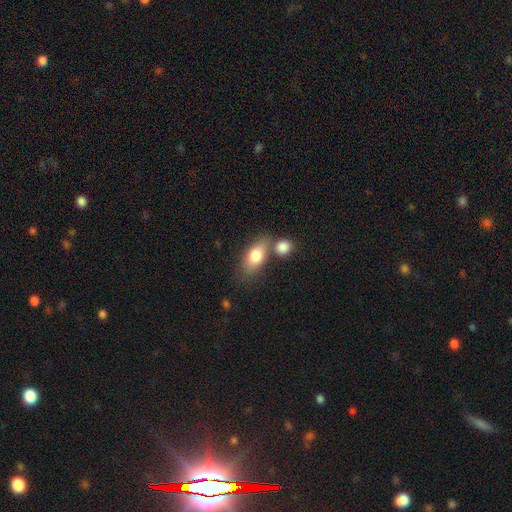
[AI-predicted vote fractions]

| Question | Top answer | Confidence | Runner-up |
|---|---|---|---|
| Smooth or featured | smooth | 80% | featured or disk (14%) |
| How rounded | in between | 85% | cigar-shaped (8%) |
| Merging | none | 50% | merger (33%) |